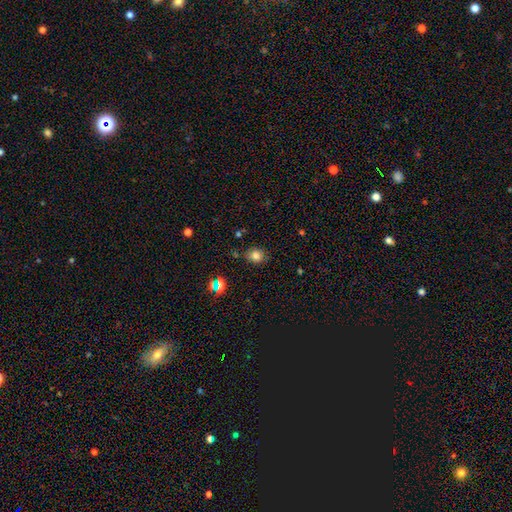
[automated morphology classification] A smooth galaxy with no disk features (78%) that is round (67%).

Vote fractions:
- Smooth or featured? smooth: 78% / star or artifact: 15% / featured or disk: 7%
- How rounded? round: 67% / in between: 32% / cigar-shaped: 1%
- Merging? none: 79% / minor disturbance: 15% / merger: 4% / major disturbance: 3%